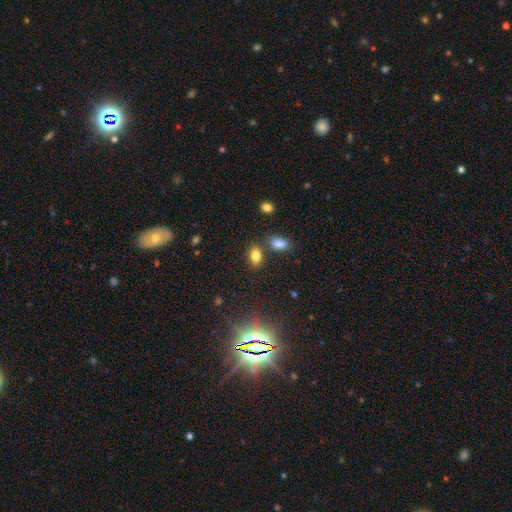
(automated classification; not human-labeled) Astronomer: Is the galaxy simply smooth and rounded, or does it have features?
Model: smooth — 80%.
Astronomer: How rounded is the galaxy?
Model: in between — 86%.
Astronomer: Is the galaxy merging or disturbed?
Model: none — 73%.